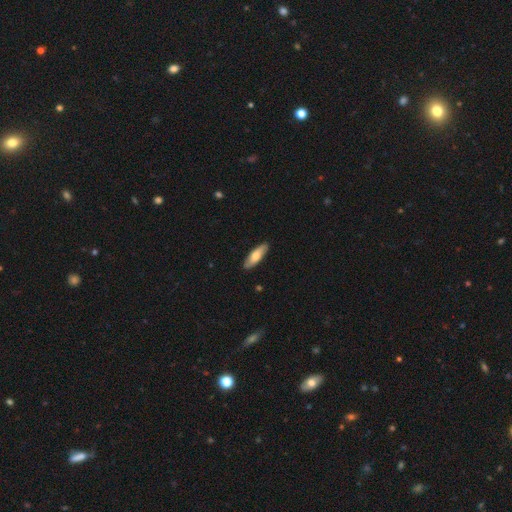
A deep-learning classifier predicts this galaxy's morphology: This appears to be a smooth galaxy with no disk features (65%) that is in between round and cigar-shaped (53%). Merging: none (87%).